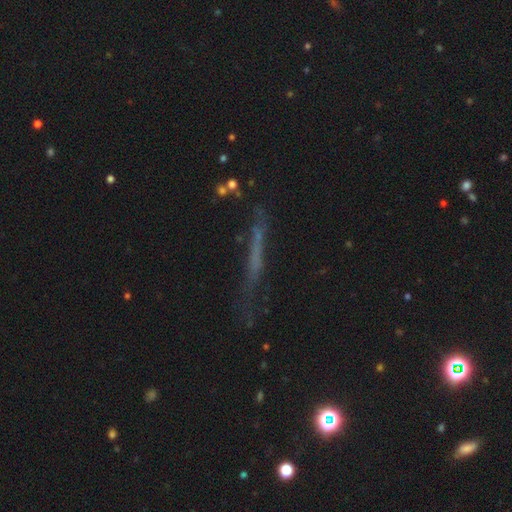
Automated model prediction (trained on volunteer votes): Morphology: type=featured or disk (44%); merging=none (59%).